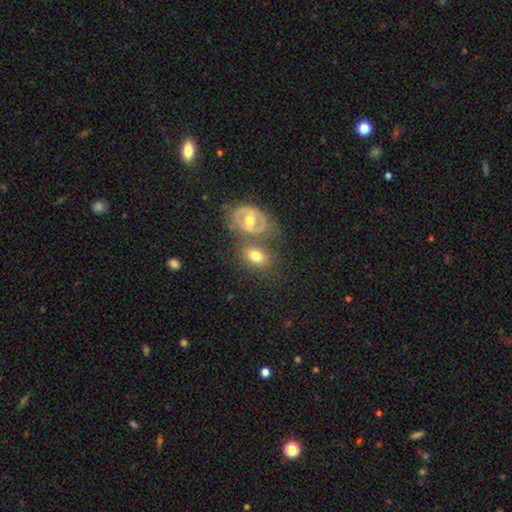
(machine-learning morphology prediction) Q: Smooth or featured?
A: smooth (59%); runner-up: featured or disk (33%)
Q: How rounded?
A: in between (71%); runner-up: round (28%)
Q: Merging?
A: none (54%); runner-up: merger (25%)